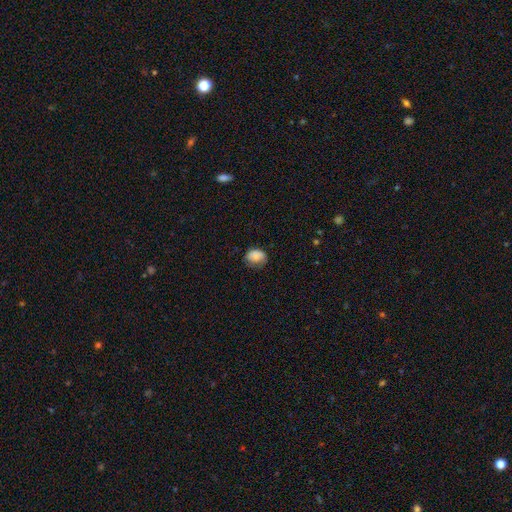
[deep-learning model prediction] A smooth galaxy with no disk features (80%) that is in between round and cigar-shaped (57%).

Vote fractions:
- Smooth or featured? smooth: 80% / featured or disk: 12% / star or artifact: 9%
- How rounded? in between: 57% / round: 42% / cigar-shaped: 1%
- Merging? none: 58% / minor disturbance: 30% / major disturbance: 11% / merger: 1%